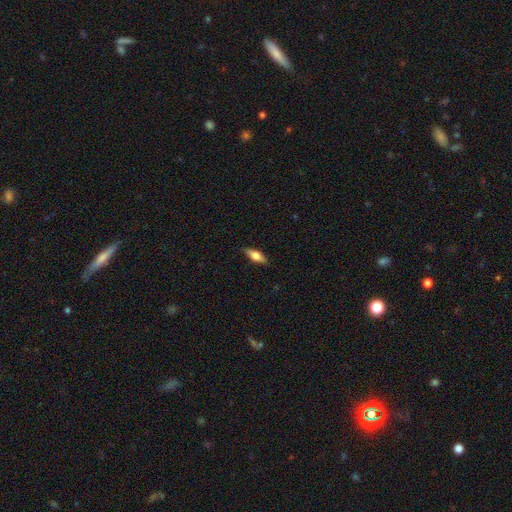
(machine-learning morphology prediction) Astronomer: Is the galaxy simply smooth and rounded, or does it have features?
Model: smooth — 55% (runner-up: featured or disk, 38%).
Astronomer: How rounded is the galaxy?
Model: in between — 60% (runner-up: cigar-shaped, 37%).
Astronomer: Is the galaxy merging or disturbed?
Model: none — 86%.